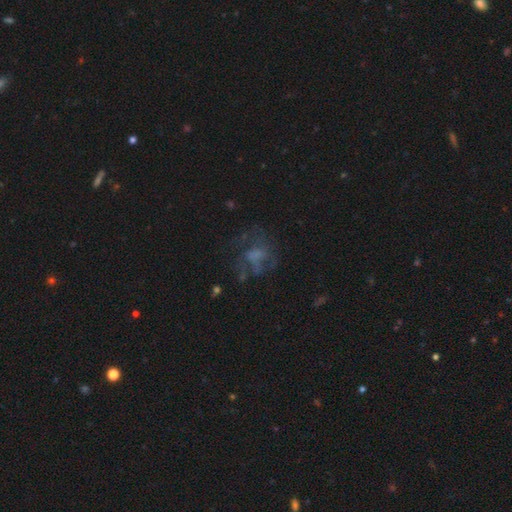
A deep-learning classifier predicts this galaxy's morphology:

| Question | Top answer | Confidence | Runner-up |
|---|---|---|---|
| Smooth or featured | featured or disk | 48% | smooth (32%) |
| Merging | none | 48% | major disturbance (32%) |